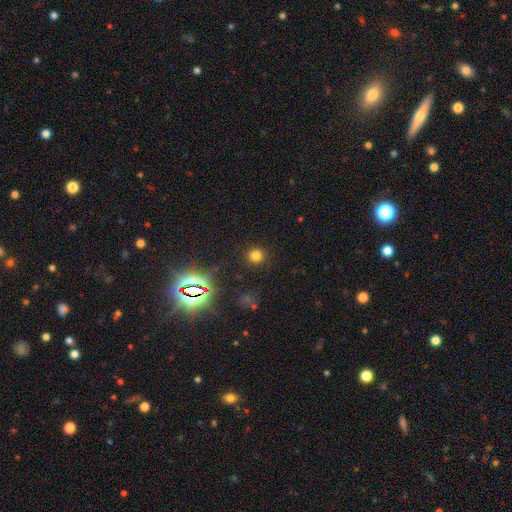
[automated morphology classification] This is likely a smooth galaxy (73%). How rounded: clearly round (94%). Merging: clearly none (89%).